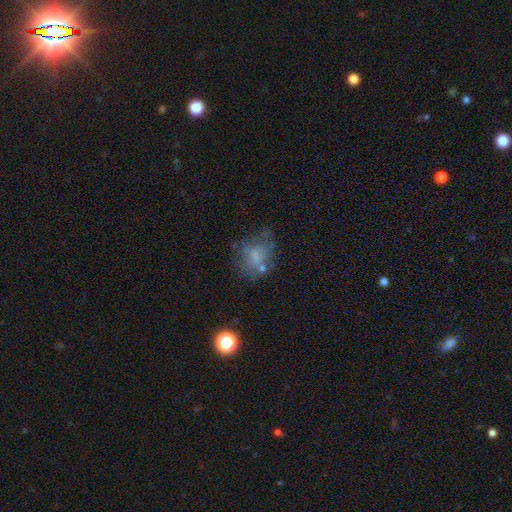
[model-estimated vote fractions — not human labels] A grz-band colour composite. It shows a smooth galaxy with no disk features (55%) that is in between round and cigar-shaped (53%). Merging: none (48%).